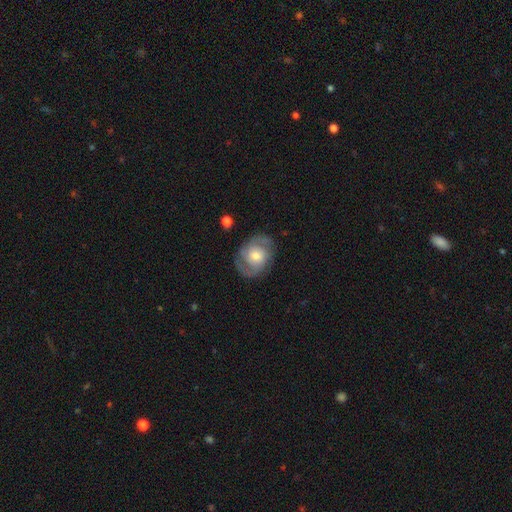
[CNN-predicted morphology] featured or disk 72%, smooth 22%, star or artifact 6%. Down the decision tree: edge-on disk — no (97%); bar — no (66%); spiral arms — yes (89%); spiral arm count — 2 (74%); spiral winding — medium (44%); bulge size — moderate (57%); merging — none (77%).